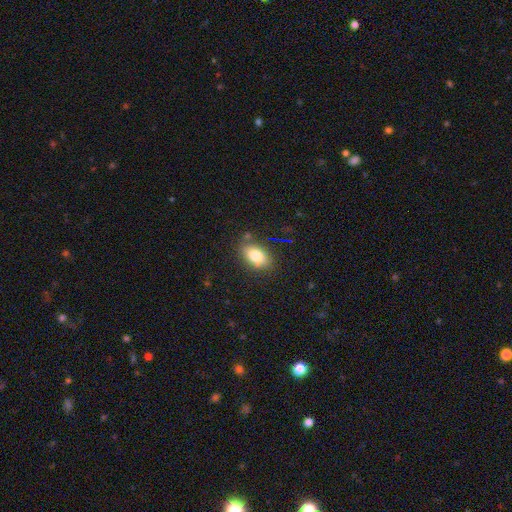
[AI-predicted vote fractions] The model was most divided on "merging": none: 79%, minor disturbance: 14%, merger: 4%, major disturbance: 3%. More confident: how rounded — in between (87%); smooth or featured — smooth (79%).